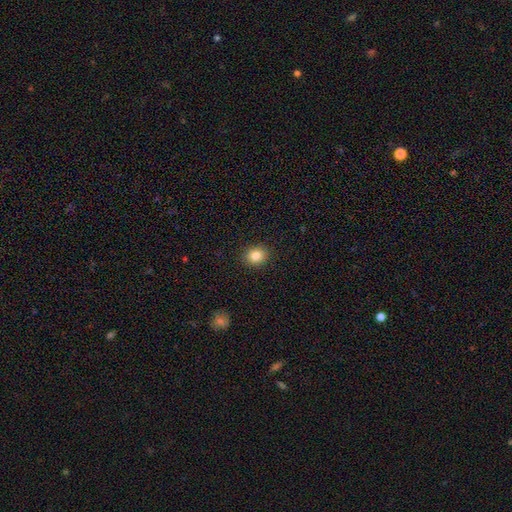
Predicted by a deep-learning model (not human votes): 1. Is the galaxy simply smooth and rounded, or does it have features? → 84% smooth, 10% star or artifact, 6% featured or disk.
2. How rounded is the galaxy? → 68% round, 31% in between, 1% cigar-shaped.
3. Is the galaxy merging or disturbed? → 91% none, 6% minor disturbance, 2% major disturbance, 1% merger.